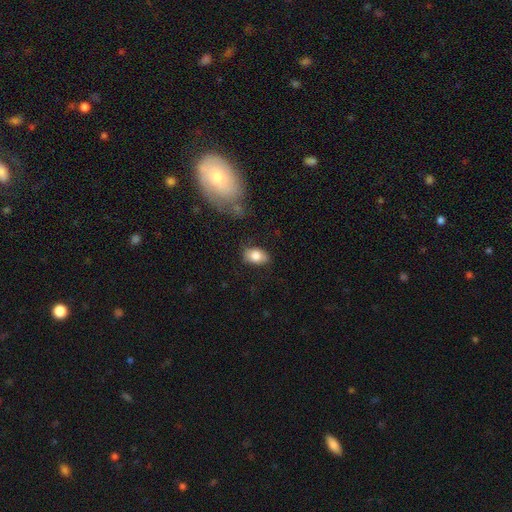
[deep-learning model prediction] A smooth galaxy with no disk features (81%) that is in between round and cigar-shaped (87%).

Vote fractions:
- Smooth or featured? smooth: 81% / featured or disk: 12% / star or artifact: 7%
- How rounded? in between: 87% / round: 11% / cigar-shaped: 2%
- Merging? none: 77% / minor disturbance: 17% / major disturbance: 4% / merger: 3%